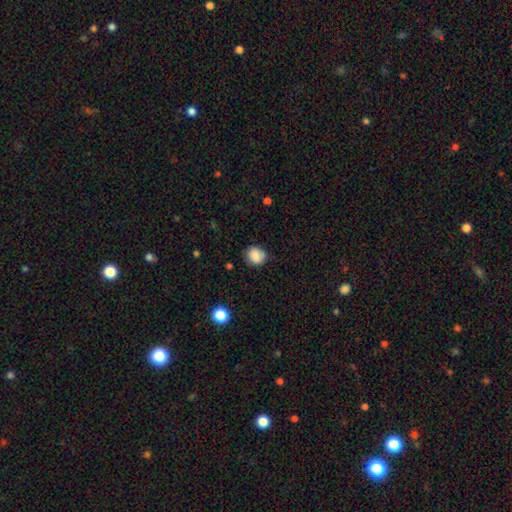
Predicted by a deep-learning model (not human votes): Overall: smooth (84%). How rounded: round (72%). Merging: none (75%).